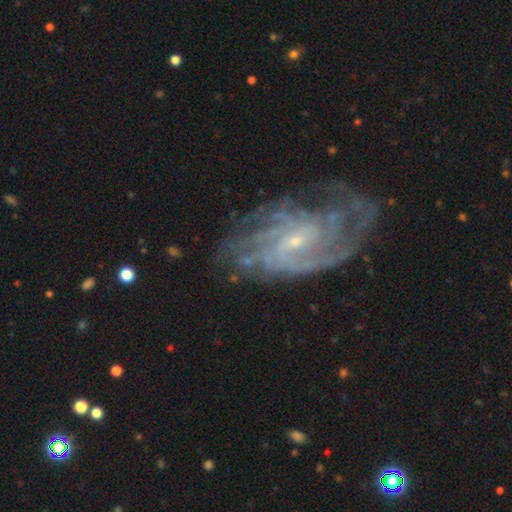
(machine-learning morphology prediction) This appears to be a featured or disk galaxy (88%) with a weak bar (44%, tied with no), tight (54%) spiral arms (95%) and a small central bulge (82%). Merging: none (66%).